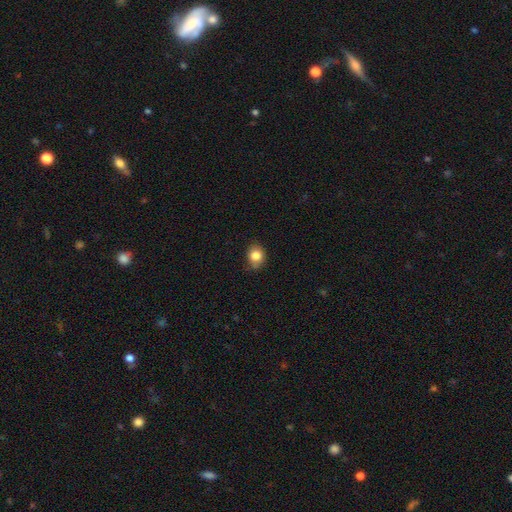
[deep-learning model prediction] smooth 83%, star or artifact 10%, featured or disk 7%. Down the decision tree: how rounded — round (59%); merging — none (71%).